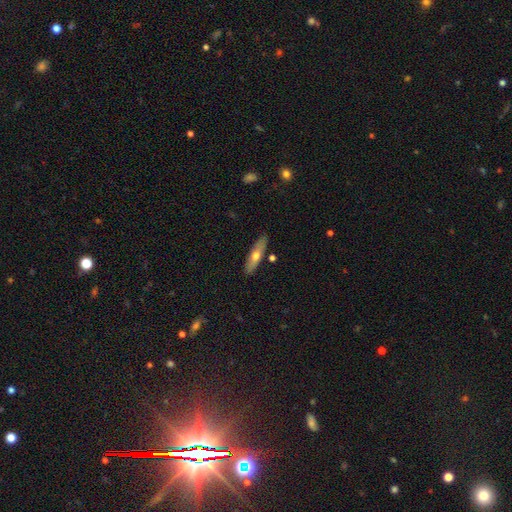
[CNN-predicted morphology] A smooth galaxy with no disk features (56%) that is cigar-shaped (68%). Merging: none (85%).